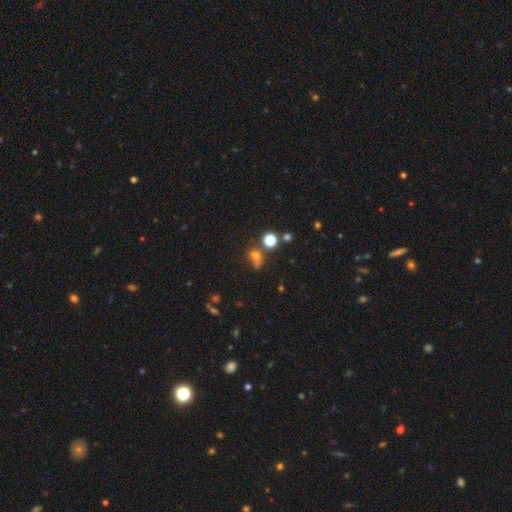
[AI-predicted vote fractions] smooth_or_featured: smooth (p=0.62) [alt: star or artifact p=0.25]
how_rounded: round (p=0.65) [alt: in between p=0.33]
merging: none (p=0.42) [alt: merger p=0.28]